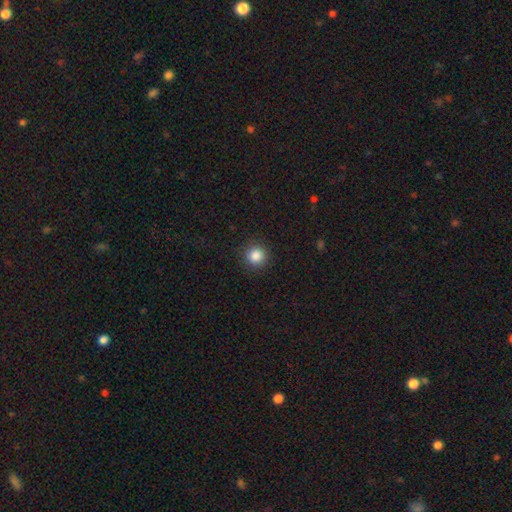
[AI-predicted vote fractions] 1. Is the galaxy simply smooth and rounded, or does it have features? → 86% smooth, 11% star or artifact, 4% featured or disk.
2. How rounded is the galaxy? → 94% round, 5% in between, 1% cigar-shaped.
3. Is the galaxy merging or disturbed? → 91% none, 6% minor disturbance, 2% major disturbance, 1% merger.